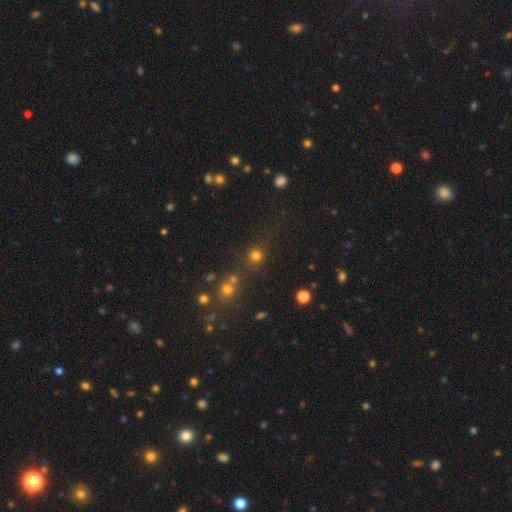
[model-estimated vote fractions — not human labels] Q: Smooth or featured?
A: smooth (71%); runner-up: star or artifact (22%)
Q: How rounded?
A: round (91%); runner-up: in between (8%)
Q: Merging?
A: none (75%); runner-up: merger (11%)